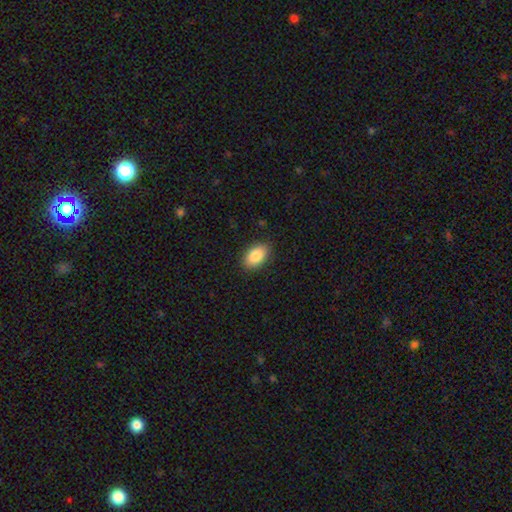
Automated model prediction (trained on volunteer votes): smooth 87%, star or artifact 7%, featured or disk 6%. Down the decision tree: how rounded — in between (92%); merging — none (87%).